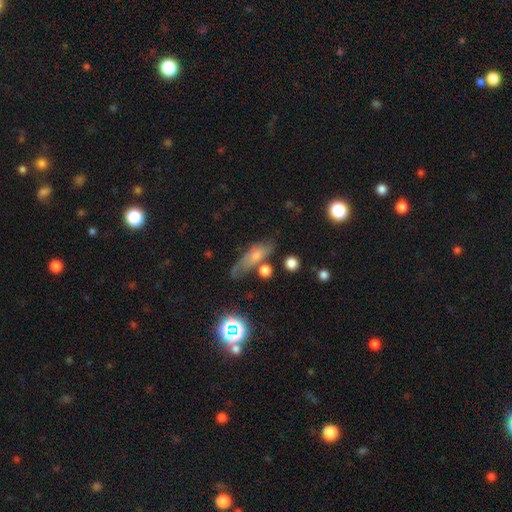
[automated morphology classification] smooth 52%, featured or disk 33%, star or artifact 15%. Down the decision tree: how rounded — in between (52%); merging — none (51%).